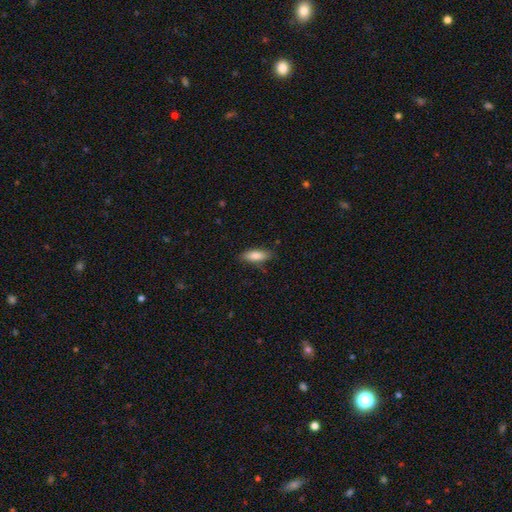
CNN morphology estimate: smooth_or_featured: smooth (p=0.84) [alt: featured or disk p=0.10]
how_rounded: in between (p=0.70) [alt: cigar-shaped p=0.28]
merging: none (p=0.80) [alt: minor disturbance p=0.15]